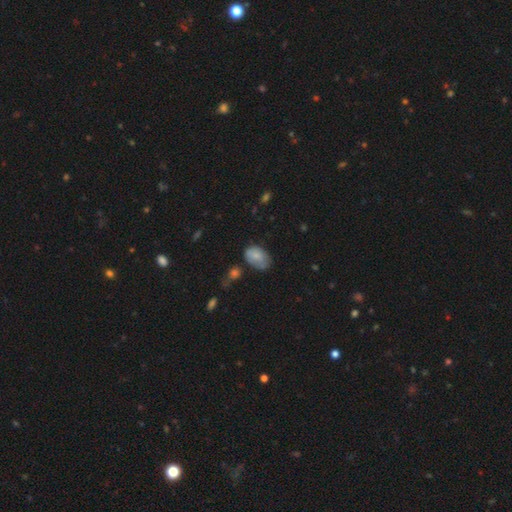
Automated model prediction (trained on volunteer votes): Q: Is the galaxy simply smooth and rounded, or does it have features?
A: smooth — 79%.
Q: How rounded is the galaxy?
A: in between — 87%.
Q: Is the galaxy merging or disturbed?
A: none — 50%.